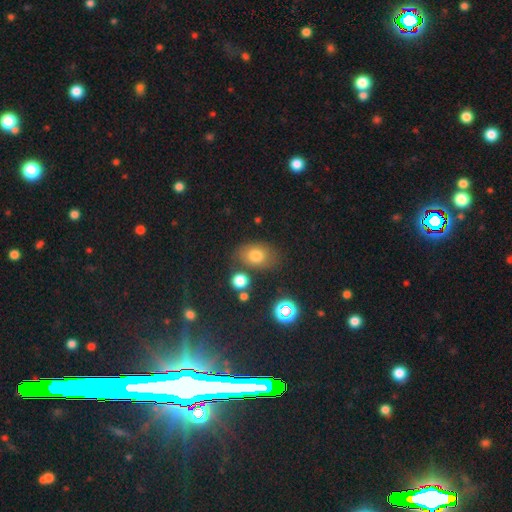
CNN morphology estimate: Q: Smooth or featured?
A: smooth (74%); runner-up: star or artifact (14%)
Q: How rounded?
A: in between (73%); runner-up: round (25%)
Q: Merging?
A: none (70%); runner-up: minor disturbance (17%)